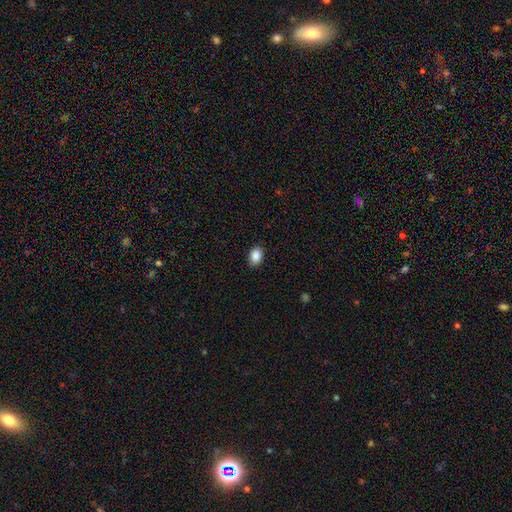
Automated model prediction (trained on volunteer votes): smooth 89%, star or artifact 8%, featured or disk 3%. Down the decision tree: how rounded — in between (81%); merging — none (88%).